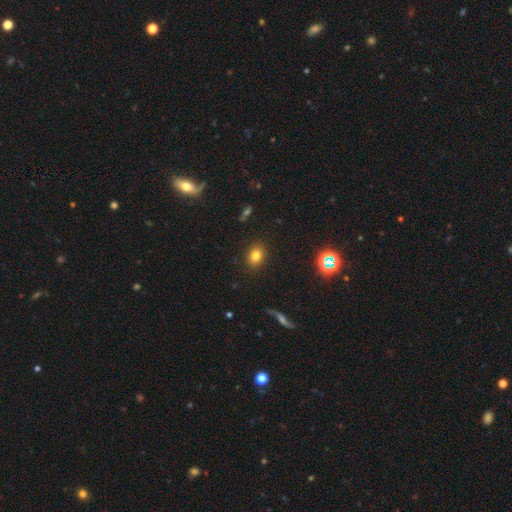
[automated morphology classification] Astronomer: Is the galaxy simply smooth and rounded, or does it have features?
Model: smooth — 78%.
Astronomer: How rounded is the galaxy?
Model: in between — 56% (runner-up: round, 43%).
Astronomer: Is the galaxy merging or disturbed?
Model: none — 88%.